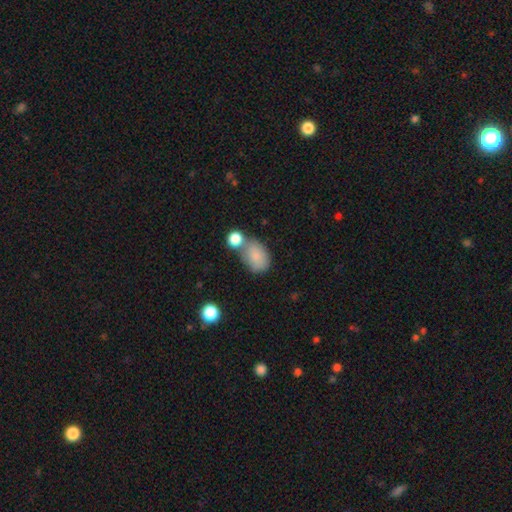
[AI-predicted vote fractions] Morphology: type=smooth (82%); roundness=in between (77%); merging=none (45%).